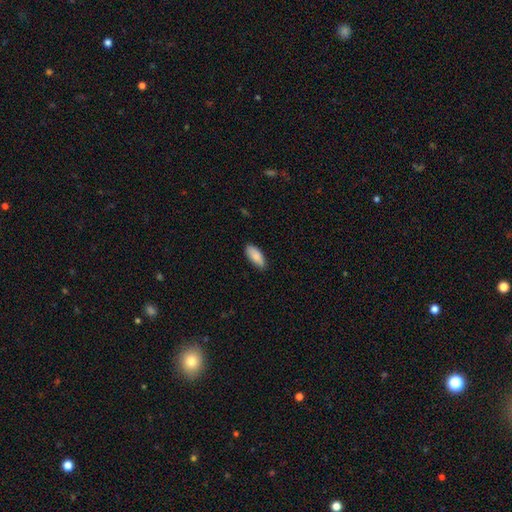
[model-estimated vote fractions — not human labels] A smooth galaxy with no disk features (87%) that is in between round and cigar-shaped (84%).

Vote fractions:
- Smooth or featured? smooth: 87% / featured or disk: 7% / star or artifact: 6%
- How rounded? in between: 84% / cigar-shaped: 14% / round: 2%
- Merging? none: 77% / minor disturbance: 19% / major disturbance: 3% / merger: 1%